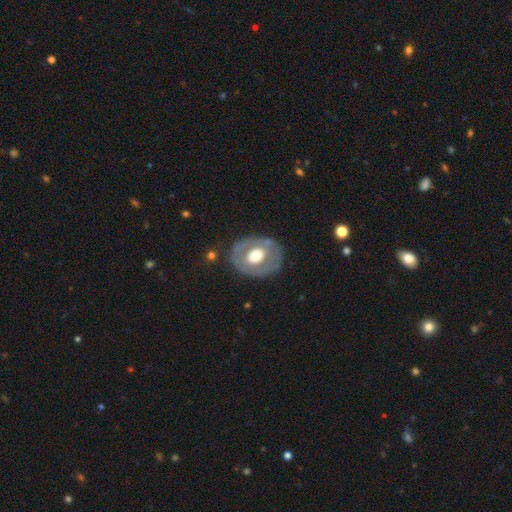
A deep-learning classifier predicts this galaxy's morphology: smooth_or_featured: featured or disk (p=0.51) [alt: smooth p=0.43]
disk_edge_on: no (p=0.94) [alt: yes p=0.06]
merging: none (p=0.77) [alt: minor disturbance p=0.14]